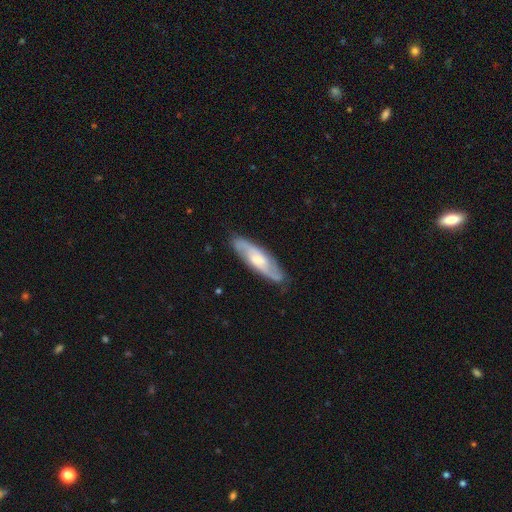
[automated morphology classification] smooth-or-featured: featured or disk: 66% | smooth: 27% | star or artifact: 7%
  disk-edge-on: no: 67% | yes: 33%
  merging: none: 85% | minor disturbance: 11% | major disturbance: 2% | merger: 1%